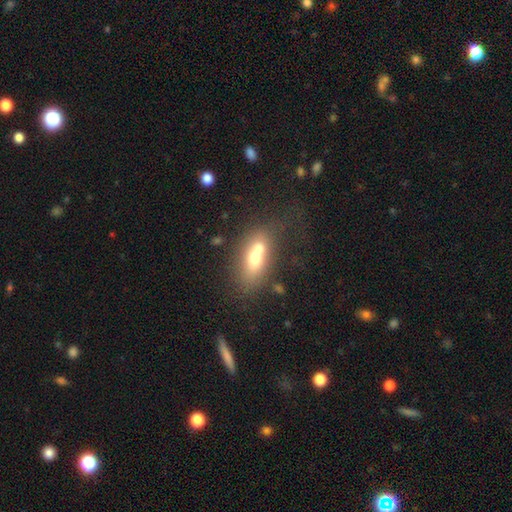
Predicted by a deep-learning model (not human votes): The model was most divided on "merging": merger: 51%, none: 32%, minor disturbance: 11%, major disturbance: 6%. More confident: how rounded — in between (78%); smooth or featured — smooth (62%).